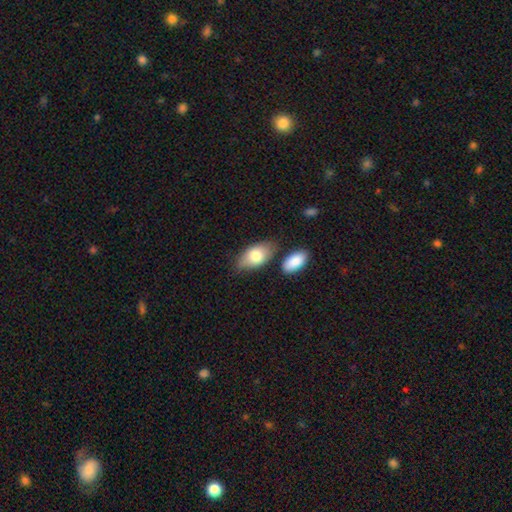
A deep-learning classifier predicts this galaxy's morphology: smooth-or-featured: smooth: 78% | featured or disk: 16% | star or artifact: 6%
  how-rounded: in between: 92% | round: 5% | cigar-shaped: 3%
  merging: none: 69% | minor disturbance: 15% | merger: 13% | major disturbance: 4%